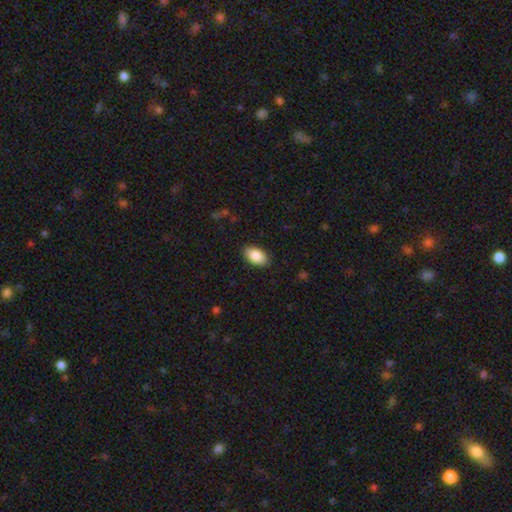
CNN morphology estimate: Overall: smooth (88%). How rounded: in between (94%). Merging: none (88%).